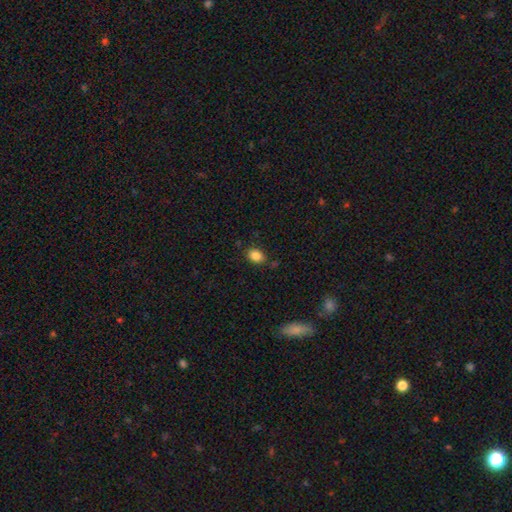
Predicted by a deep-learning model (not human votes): smooth_or_featured: smooth (p=0.86) [alt: star or artifact p=0.10]
how_rounded: in between (p=0.72) [alt: round p=0.27]
merging: none (p=0.80) [alt: minor disturbance p=0.13]